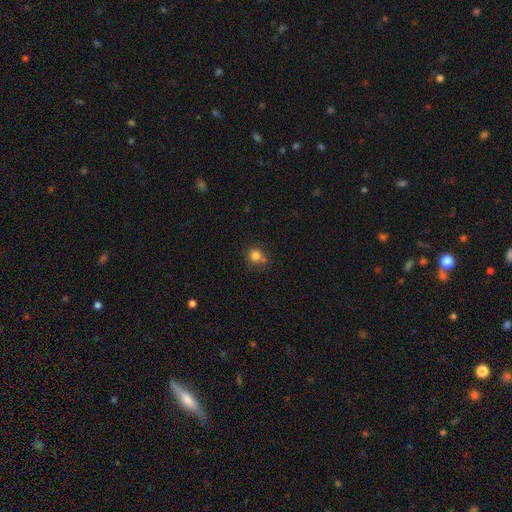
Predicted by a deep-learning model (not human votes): This is clearly a smooth galaxy (81%). How rounded: clearly round (85%). Merging: likely none (62%).